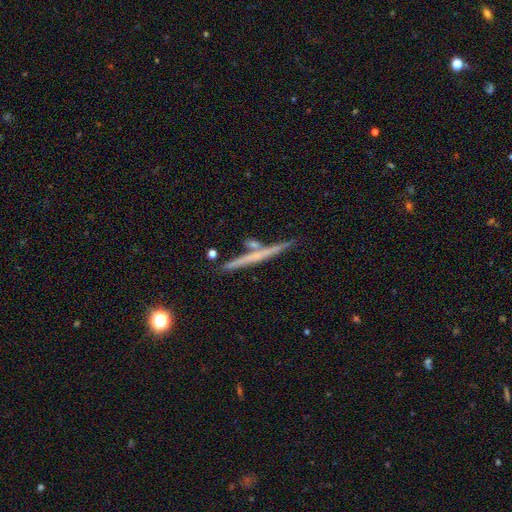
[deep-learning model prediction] This appears to be a featured or disk galaxy (58%) viewed edge-on (97%) with no central bulge (77%). Merging: none (77%).